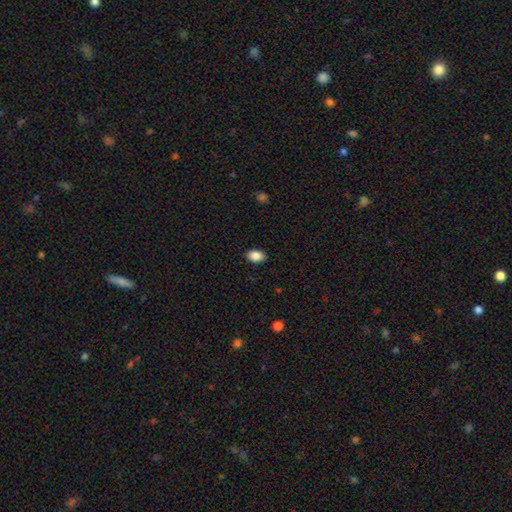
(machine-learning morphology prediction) Smooth or featured: smooth — 88% (star or artifact — 8%)
How rounded: in between — 85% (round — 14%)
Merging: none — 88% (minor disturbance — 9%)